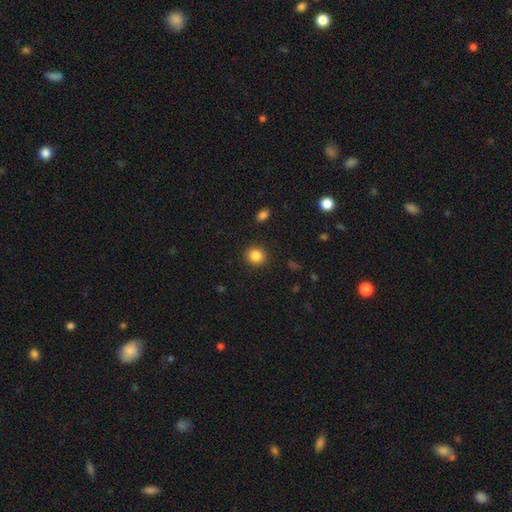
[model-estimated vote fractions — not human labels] This is clearly a smooth galaxy (85%). How rounded: clearly round (82%). Merging: clearly none (90%).